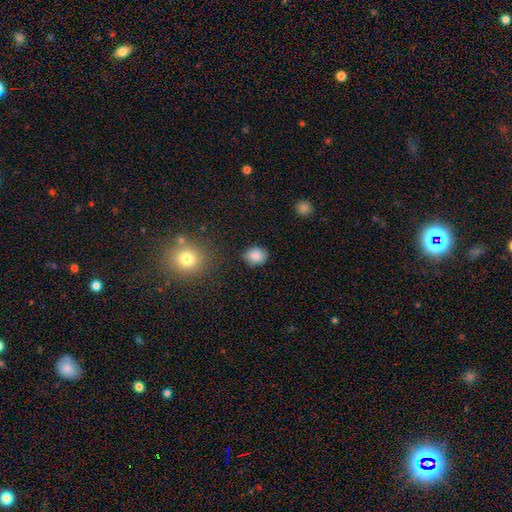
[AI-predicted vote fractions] Q: Smooth or featured?
A: smooth (85%); runner-up: star or artifact (10%)
Q: How rounded?
A: round (61%); runner-up: in between (38%)
Q: Merging?
A: none (81%); runner-up: minor disturbance (14%)